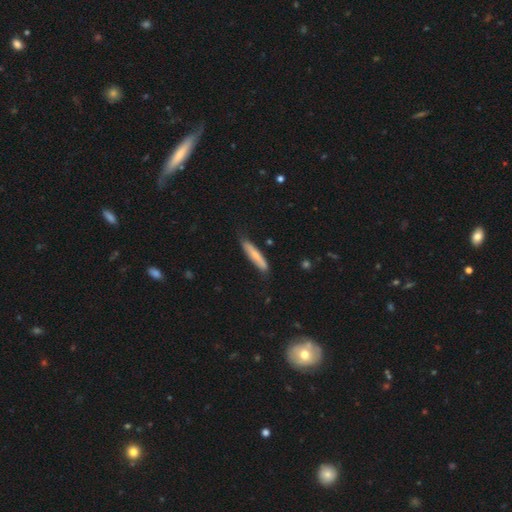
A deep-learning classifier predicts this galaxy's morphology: smooth-or-featured: smooth: 69% | featured or disk: 25% | star or artifact: 6%
  how-rounded: cigar-shaped: 87% | in between: 11% | round: 1%
  merging: none: 77% | minor disturbance: 18% | major disturbance: 3% | merger: 2%